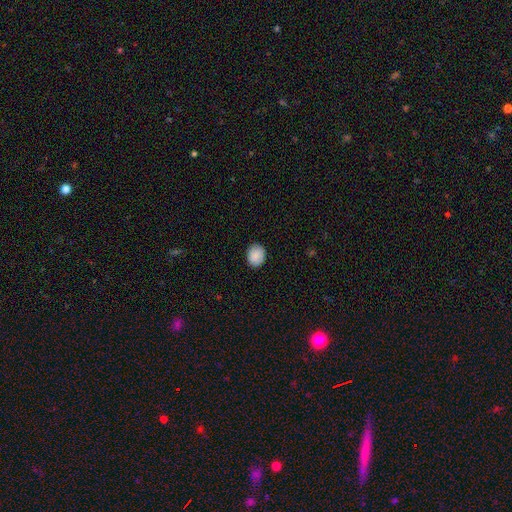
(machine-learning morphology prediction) The model was most divided on "how rounded": round: 59%, in between: 40%, cigar-shaped: 1%. More confident: merging — none (88%); smooth or featured — smooth (88%).